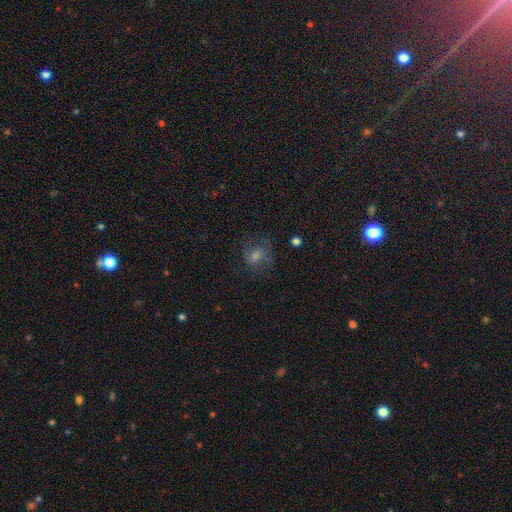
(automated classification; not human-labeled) A smooth galaxy with no disk features (43%).

Vote fractions:
- Smooth or featured? smooth: 43% / featured or disk: 33% / star or artifact: 24%
- Merging? none: 63% / minor disturbance: 19% / major disturbance: 17% / merger: 2%